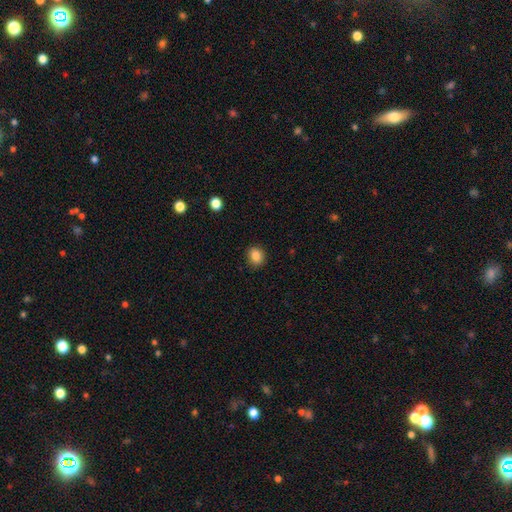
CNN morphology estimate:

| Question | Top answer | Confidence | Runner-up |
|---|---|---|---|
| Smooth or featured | smooth | 86% | star or artifact (10%) |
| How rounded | round | 66% | in between (34%) |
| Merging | none | 89% | minor disturbance (8%) |